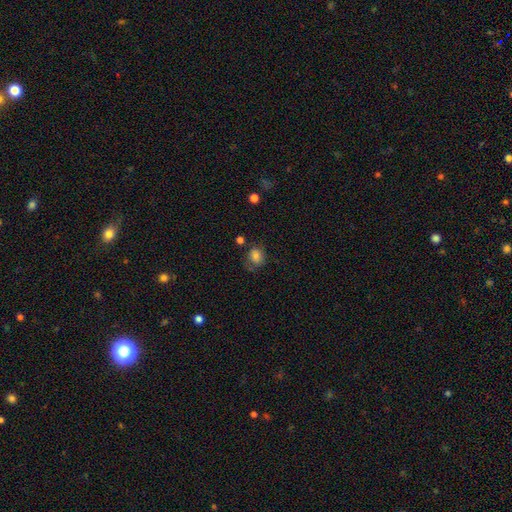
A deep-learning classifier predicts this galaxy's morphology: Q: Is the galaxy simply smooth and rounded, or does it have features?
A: smooth — 75%.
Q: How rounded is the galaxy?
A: round — 59%.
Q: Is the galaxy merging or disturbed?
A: none — 58%.